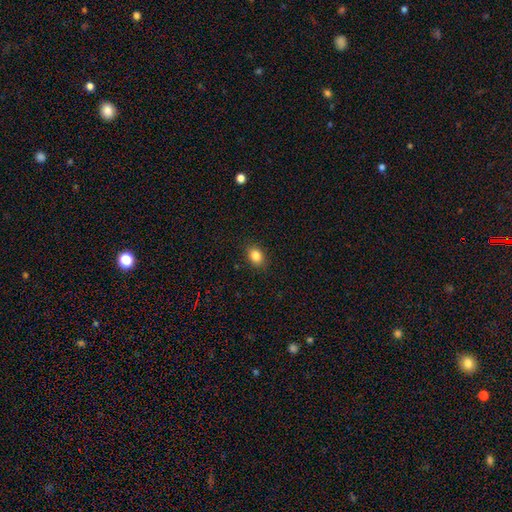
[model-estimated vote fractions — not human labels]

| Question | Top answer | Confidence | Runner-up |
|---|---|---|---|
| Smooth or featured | smooth | 85% | star or artifact (10%) |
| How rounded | in between | 64% | round (35%) |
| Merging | none | 88% | minor disturbance (9%) |